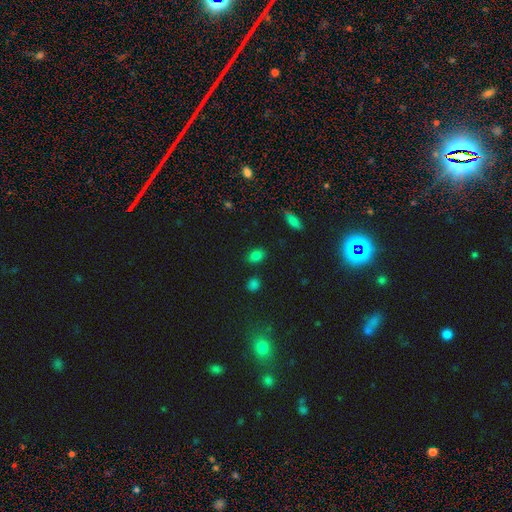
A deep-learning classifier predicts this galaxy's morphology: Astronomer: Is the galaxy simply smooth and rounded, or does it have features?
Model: smooth — 80%.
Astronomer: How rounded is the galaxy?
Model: in between — 69%.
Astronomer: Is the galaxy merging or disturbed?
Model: none — 84%.